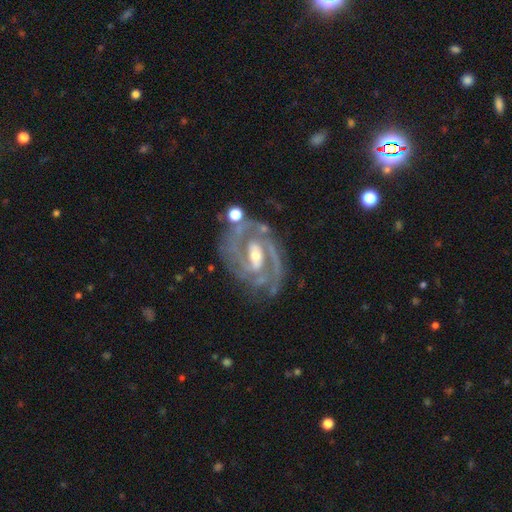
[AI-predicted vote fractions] Smooth or featured? featured or disk (91%)
Edge-on disk? no (97%)
Bar? weak (42%)
Spiral arms? yes (97%)
Spiral winding? tight (53%)
Spiral arm count? 2 (75%)
Bulge size? moderate (53%)
Merging? none (69%)